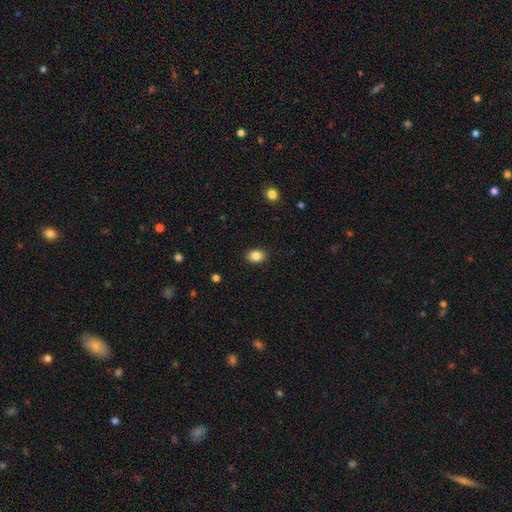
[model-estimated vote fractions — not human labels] Overall: smooth (86%). How rounded: in between (76%). Merging: none (89%).